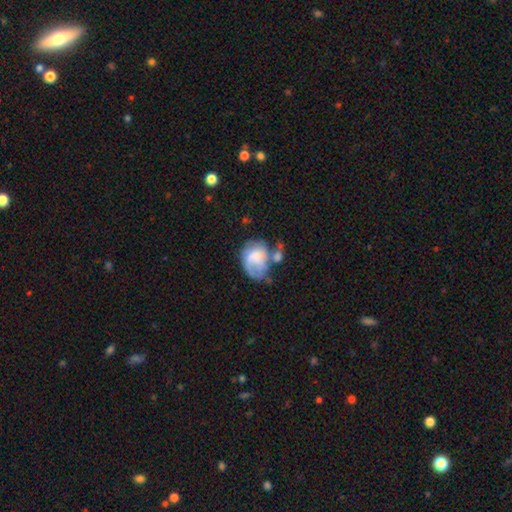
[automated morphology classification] smooth_or_featured: smooth (p=0.50) [alt: featured or disk p=0.42]
merging: major disturbance (p=0.27) [alt: none p=0.26]